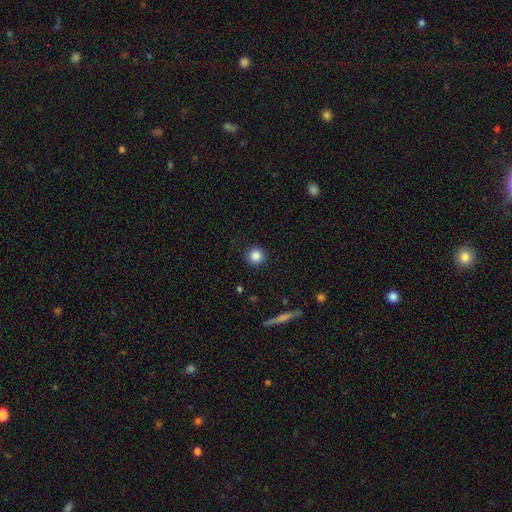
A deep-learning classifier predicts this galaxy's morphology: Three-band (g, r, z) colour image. It shows a smooth galaxy with no disk features (86%) that is round (95%). Merging: none (91%).